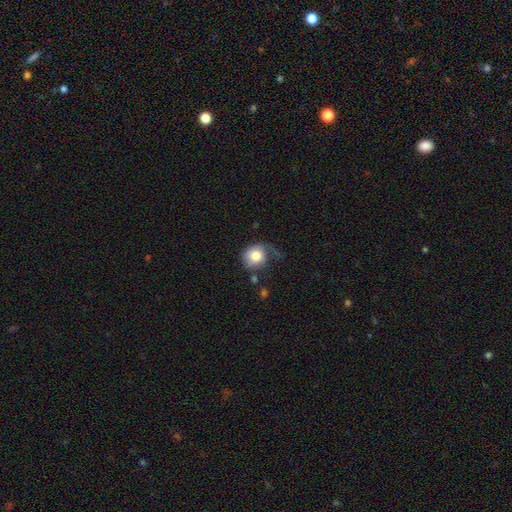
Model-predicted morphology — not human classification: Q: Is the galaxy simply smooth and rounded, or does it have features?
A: smooth — 75%.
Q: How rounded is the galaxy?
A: round — 78%.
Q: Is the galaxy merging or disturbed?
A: none — 39%.